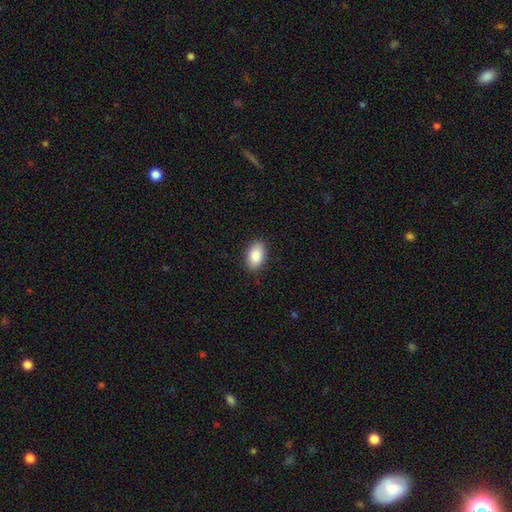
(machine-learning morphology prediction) A smooth galaxy with no disk features (88%) that is in between round and cigar-shaped (93%). Merging: none (89%).